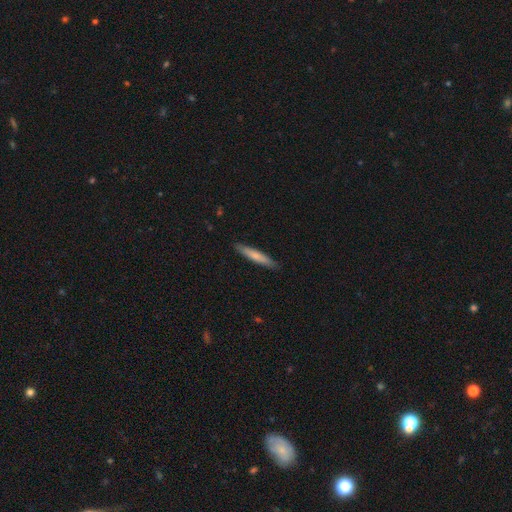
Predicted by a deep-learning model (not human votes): Overall: smooth (70%). How rounded: cigar-shaped (93%). Merging: none (90%).